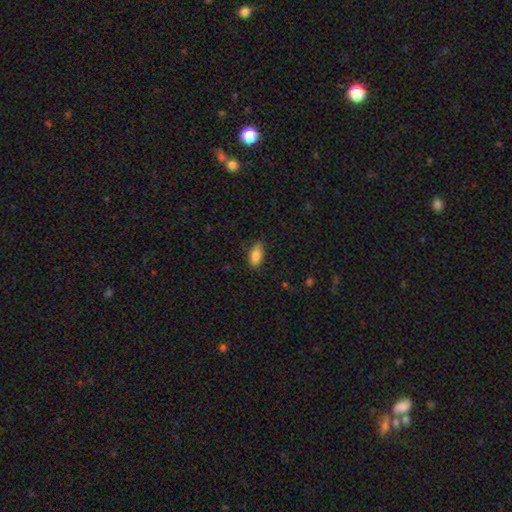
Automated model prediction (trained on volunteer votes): A smooth galaxy with no disk features (84%) that is in between round and cigar-shaped (91%).

Vote fractions:
- Smooth or featured? smooth: 84% / featured or disk: 8% / star or artifact: 8%
- How rounded? in between: 91% / round: 5% / cigar-shaped: 4%
- Merging? none: 79% / minor disturbance: 17% / major disturbance: 3% / merger: 1%